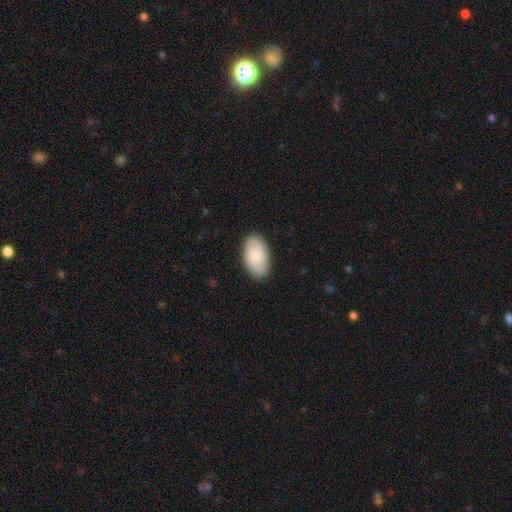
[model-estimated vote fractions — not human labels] smooth-or-featured: smooth: 68% | featured or disk: 26% | star or artifact: 6%
  how-rounded: in between: 95% | round: 3% | cigar-shaped: 2%
  merging: none: 86% | minor disturbance: 11% | major disturbance: 2% | merger: 1%